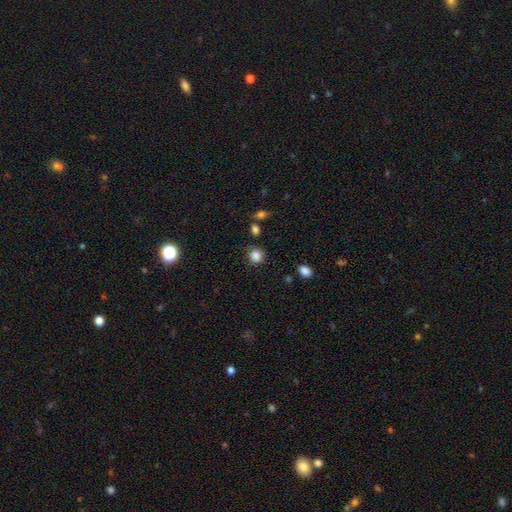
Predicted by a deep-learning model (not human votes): Smooth or featured: smooth — 85% (star or artifact — 11%)
How rounded: round — 86% (in between — 13%)
Merging: none — 81% (minor disturbance — 12%)